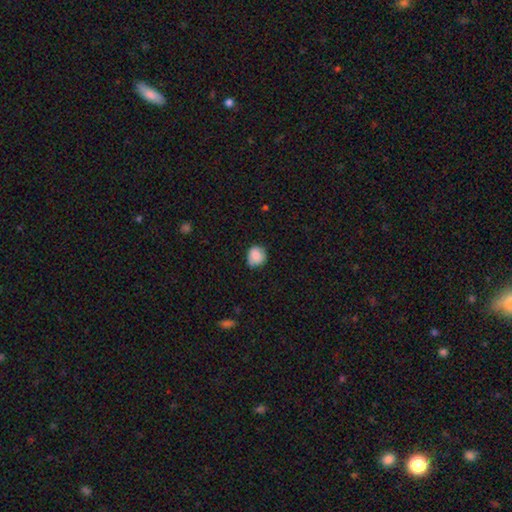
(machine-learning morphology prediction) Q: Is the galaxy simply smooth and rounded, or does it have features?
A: smooth — 84%.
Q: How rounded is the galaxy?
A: round — 80%.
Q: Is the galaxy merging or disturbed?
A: none — 72%.